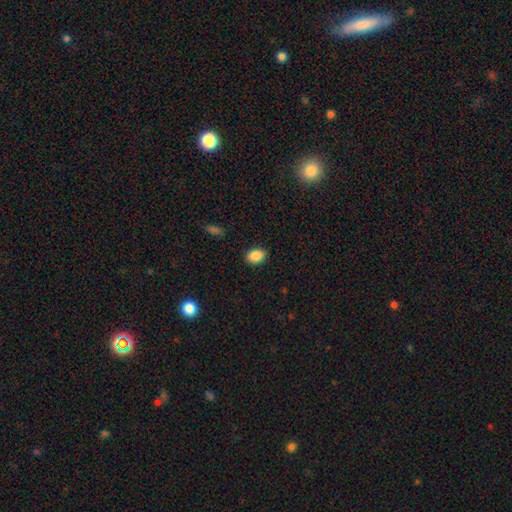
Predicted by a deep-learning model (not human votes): smooth_or_featured: smooth (p=0.88) [alt: star or artifact p=0.08]
how_rounded: in between (p=0.76) [alt: round p=0.23]
merging: none (p=0.87) [alt: minor disturbance p=0.10]